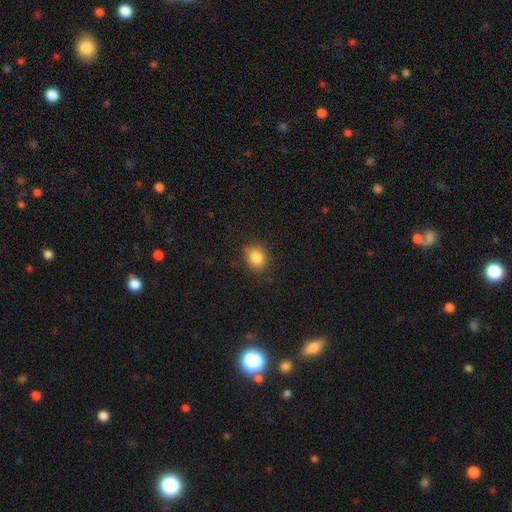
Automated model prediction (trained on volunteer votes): smooth 84%, star or artifact 10%, featured or disk 6%. Down the decision tree: how rounded — round (58%); merging — none (83%).